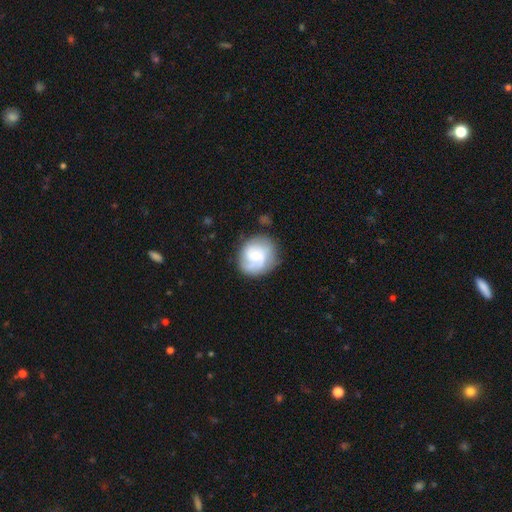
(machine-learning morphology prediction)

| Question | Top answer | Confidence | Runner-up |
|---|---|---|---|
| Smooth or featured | featured or disk | 63% | smooth (30%) |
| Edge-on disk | no | 98% | yes (2%) |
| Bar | no | 53% | weak (40%) |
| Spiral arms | yes | 88% | no (12%) |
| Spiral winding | medium | 42% | tight (38%) |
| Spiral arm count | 2 | 50% | can't tell (22%) |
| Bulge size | small | 50% | moderate (44%) |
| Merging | none | 74% | minor disturbance (18%) |